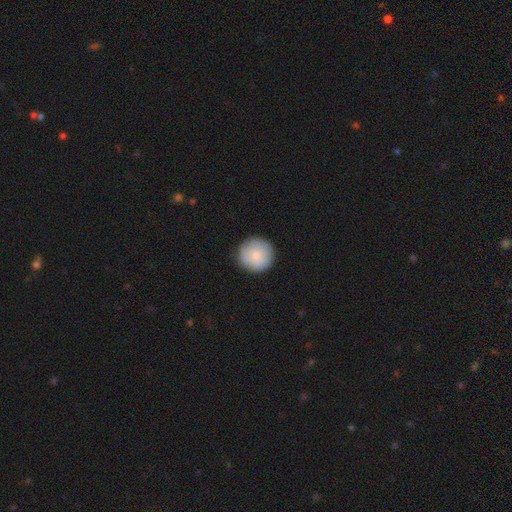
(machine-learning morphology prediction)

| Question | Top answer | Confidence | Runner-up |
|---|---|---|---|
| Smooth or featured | smooth | 81% | featured or disk (12%) |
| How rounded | round | 96% | in between (3%) |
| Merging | none | 89% | minor disturbance (8%) |